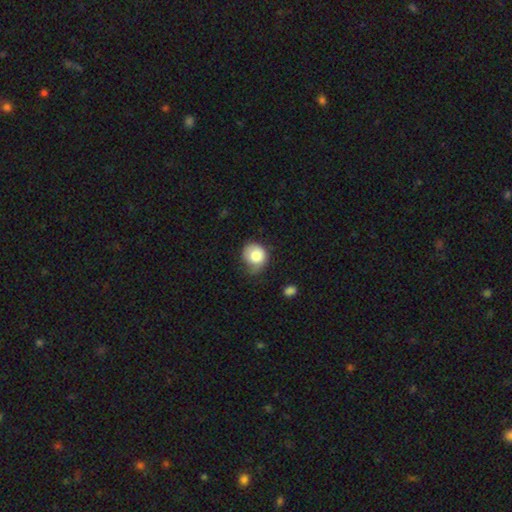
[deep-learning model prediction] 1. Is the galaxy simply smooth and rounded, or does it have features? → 79% smooth, 13% featured or disk, 8% star or artifact.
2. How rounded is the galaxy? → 78% round, 21% in between, 1% cigar-shaped.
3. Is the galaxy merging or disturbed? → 43% none, 39% minor disturbance, 16% major disturbance, 2% merger.